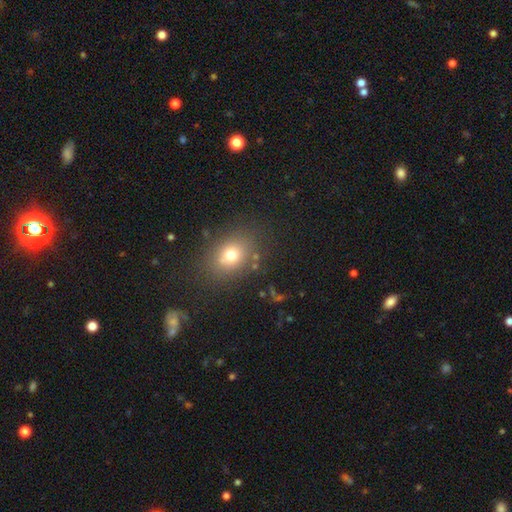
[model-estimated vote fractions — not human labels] Q: Smooth or featured?
A: smooth (70%); runner-up: star or artifact (19%)
Q: How rounded?
A: in between (51%); runner-up: round (48%)
Q: Merging?
A: none (82%); runner-up: minor disturbance (11%)